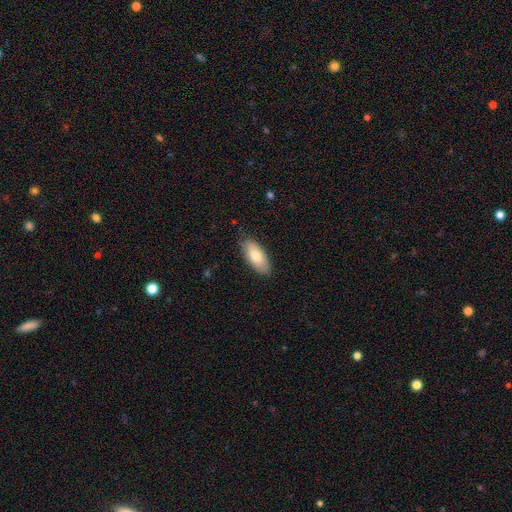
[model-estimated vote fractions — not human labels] smooth 80%, featured or disk 14%, star or artifact 6%. Down the decision tree: how rounded — in between (86%); merging — none (84%).